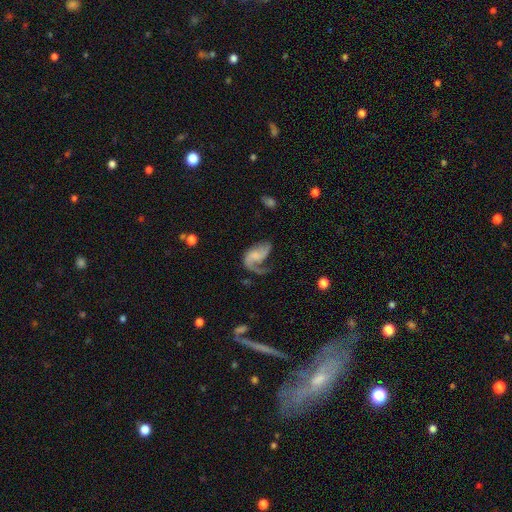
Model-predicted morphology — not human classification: A featured or disk galaxy (76%) with no bar (59%), 1 (50%) loose (62%) spiral arms (91%) and no central bulge (47%). Merging: major disturbance (43%).